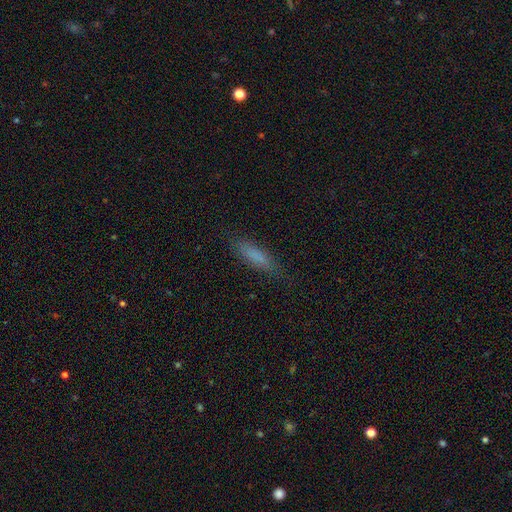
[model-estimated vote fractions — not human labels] Q: Smooth or featured?
A: smooth (77%); runner-up: featured or disk (14%)
Q: How rounded?
A: cigar-shaped (72%); runner-up: in between (27%)
Q: Merging?
A: none (81%); runner-up: minor disturbance (14%)